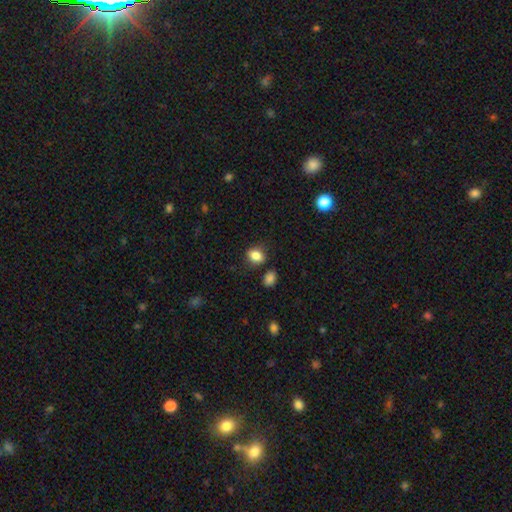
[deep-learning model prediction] The model was most divided on "how rounded": in between: 62%, round: 37%, cigar-shaped: 1%. More confident: smooth or featured — smooth (85%); merging — none (77%).